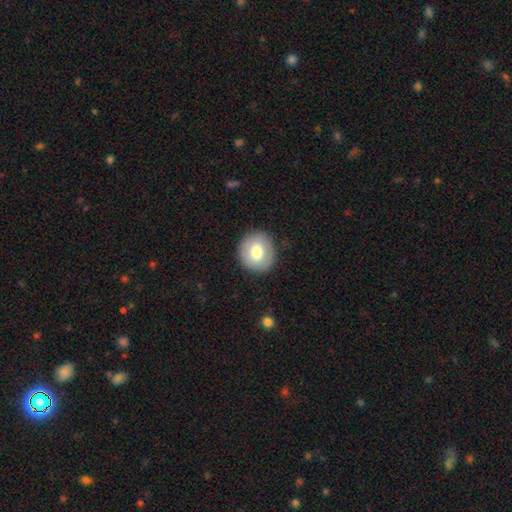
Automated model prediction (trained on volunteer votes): A smooth galaxy with no disk features (68%) that is round (89%).

Vote fractions:
- Smooth or featured? smooth: 68% / featured or disk: 23% / star or artifact: 9%
- How rounded? round: 89% / in between: 10% / cigar-shaped: 1%
- Merging? none: 89% / minor disturbance: 7% / major disturbance: 2% / merger: 1%